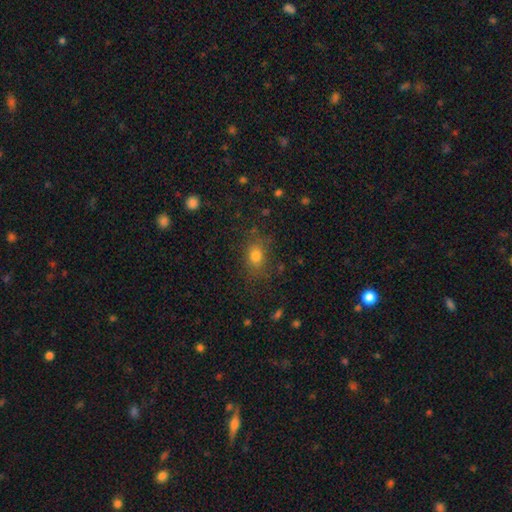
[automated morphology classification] The model was most divided on "how rounded": in between: 58%, round: 40%, cigar-shaped: 2%. More confident: merging — none (77%); smooth or featured — smooth (76%).